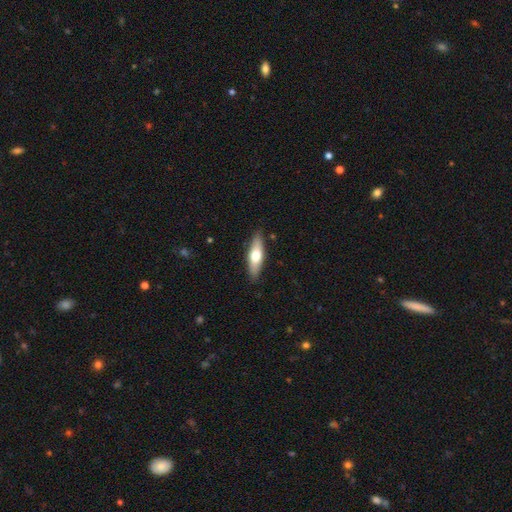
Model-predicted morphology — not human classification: smooth 60%, featured or disk 35%, star or artifact 6%. Down the decision tree: how rounded — cigar-shaped (50%); merging — none (86%).